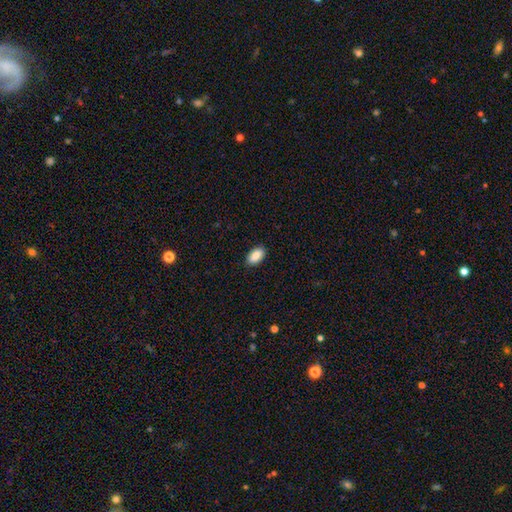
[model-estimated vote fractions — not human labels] Q: Smooth or featured?
A: smooth (89%); runner-up: star or artifact (7%)
Q: How rounded?
A: in between (94%); runner-up: round (3%)
Q: Merging?
A: none (89%); runner-up: minor disturbance (8%)